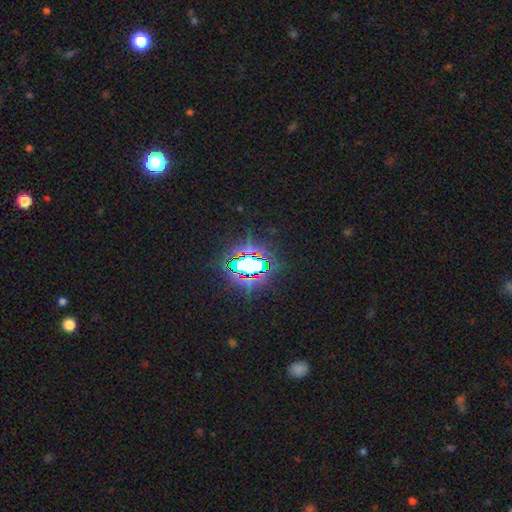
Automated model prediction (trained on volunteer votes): smooth-or-featured: star or artifact: 79% | smooth: 12% | featured or disk: 9%